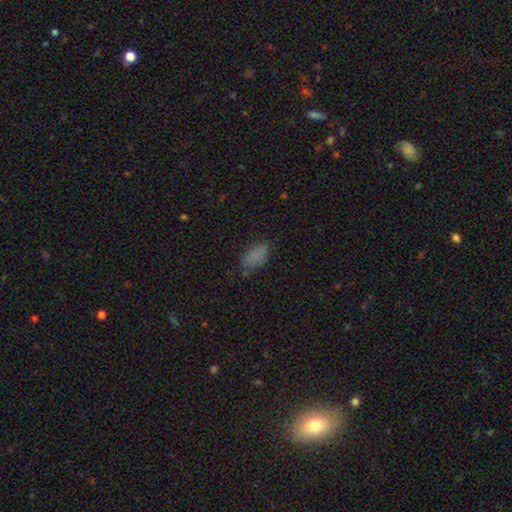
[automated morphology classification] The model was most divided on "merging": none: 67%, minor disturbance: 22%, major disturbance: 8%, merger: 3%. More confident: how rounded — in between (89%); smooth or featured — smooth (79%).